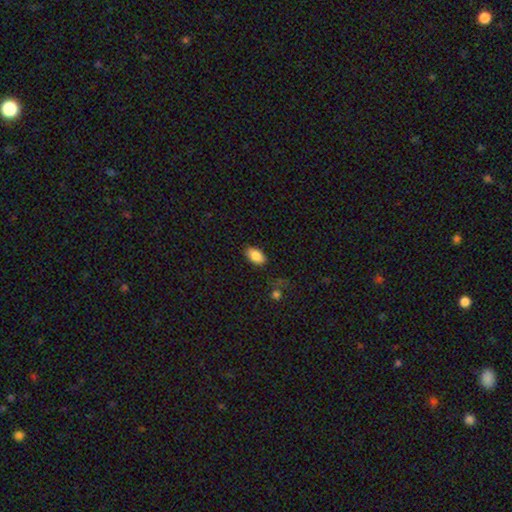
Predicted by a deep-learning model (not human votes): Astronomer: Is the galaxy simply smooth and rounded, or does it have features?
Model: smooth — 86%.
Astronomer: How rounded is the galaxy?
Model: in between — 92%.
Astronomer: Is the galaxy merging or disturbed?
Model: none — 83%.